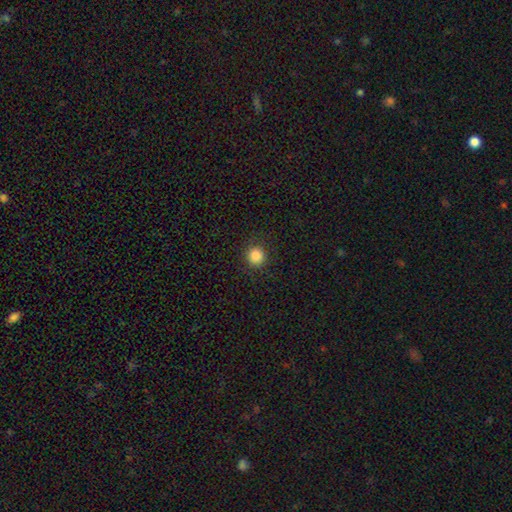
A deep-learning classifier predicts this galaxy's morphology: type=smooth (86%); roundness=round (93%); merging=none (91%).